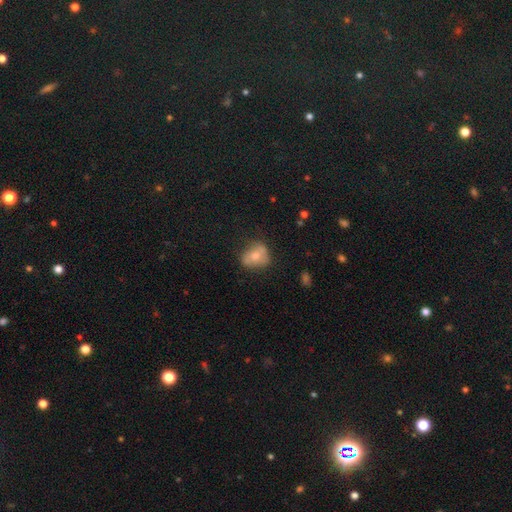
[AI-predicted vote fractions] A smooth galaxy with no disk features (65%) that is in between round and cigar-shaped (57%). Merging: none (56%).